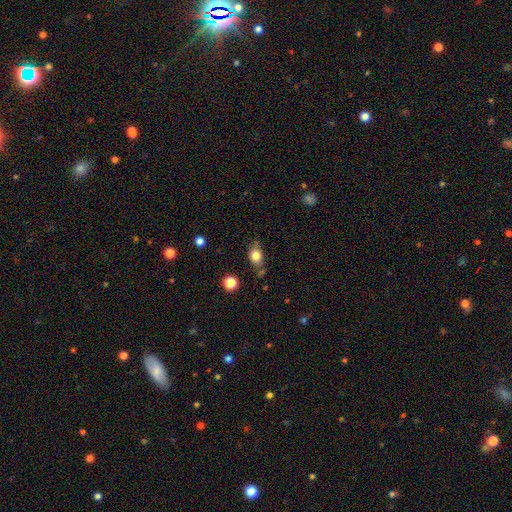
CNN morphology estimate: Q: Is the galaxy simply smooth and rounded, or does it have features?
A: smooth — 79%.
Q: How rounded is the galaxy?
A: in between — 62%.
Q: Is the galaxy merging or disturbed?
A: none — 64%.